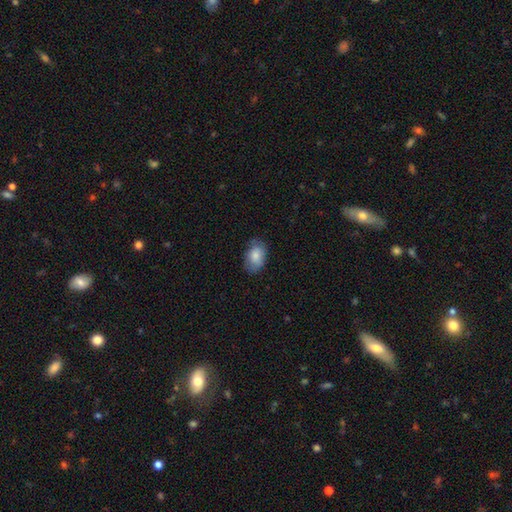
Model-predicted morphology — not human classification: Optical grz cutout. It shows a smooth galaxy with no disk features (80%) that is in between round and cigar-shaped (86%). Merging: none (72%).